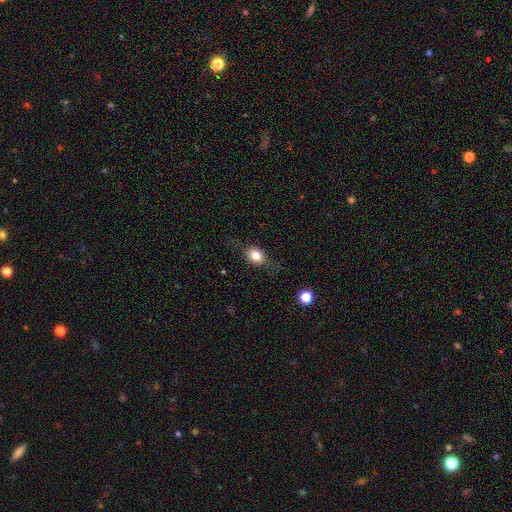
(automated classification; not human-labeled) Smooth or featured?
  - smooth: 74% *
  - featured or disk: 17%
  - star or artifact: 10%
How rounded?
  - in between: 55% *
  - round: 42%
  - cigar-shaped: 3%
Merging?
  - none: 71% *
  - minor disturbance: 19%
  - major disturbance: 9%
  - merger: 1%